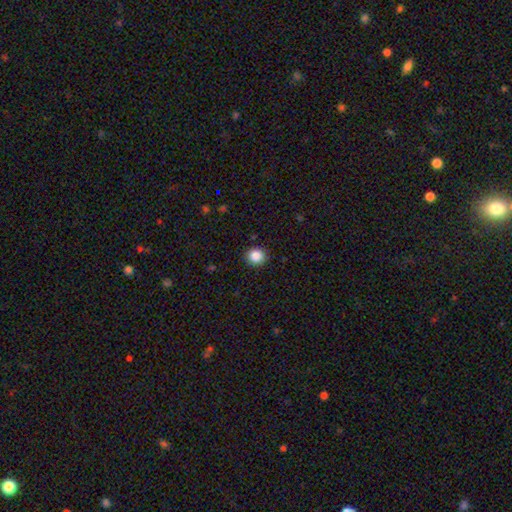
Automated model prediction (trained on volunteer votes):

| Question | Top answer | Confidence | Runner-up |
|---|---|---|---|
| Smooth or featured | smooth | 87% | star or artifact (10%) |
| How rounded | round | 89% | in between (11%) |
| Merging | none | 90% | minor disturbance (7%) |